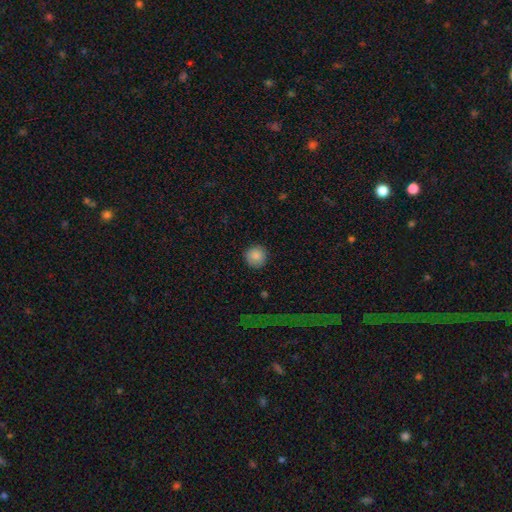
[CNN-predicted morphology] This is clearly a smooth galaxy (87%). How rounded: clearly round (95%). Merging: clearly none (91%).